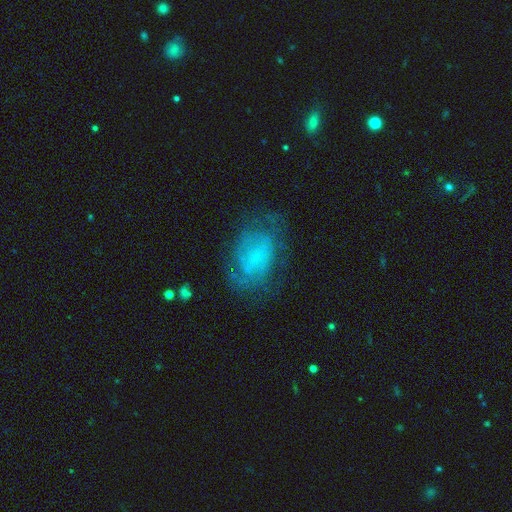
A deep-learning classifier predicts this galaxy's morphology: Smooth or featured: featured or disk — 48% (smooth — 37%)
Merging: none — 63% (minor disturbance — 21%)